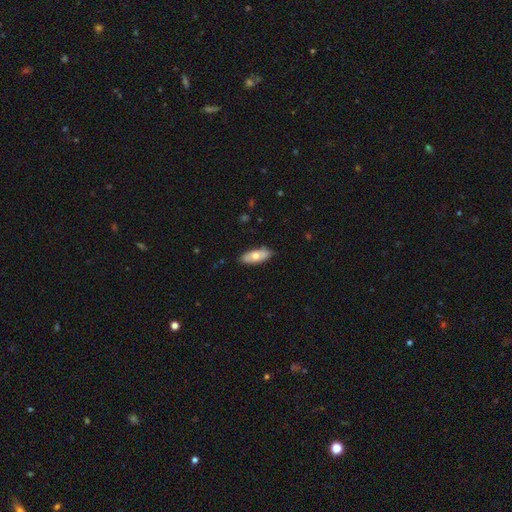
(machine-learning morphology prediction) Smooth or featured: smooth — 65% (featured or disk — 29%)
How rounded: in between — 79% (cigar-shaped — 19%)
Merging: none — 86% (minor disturbance — 11%)